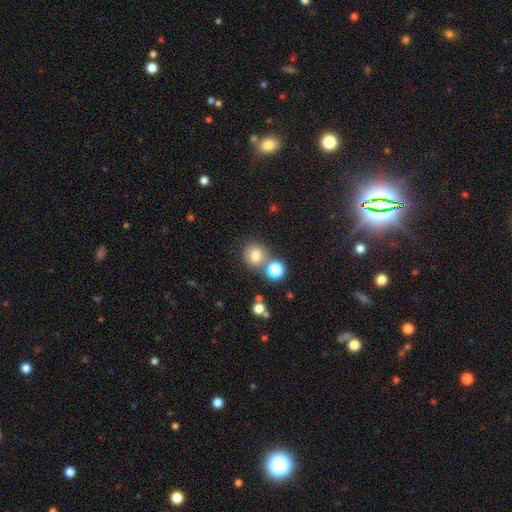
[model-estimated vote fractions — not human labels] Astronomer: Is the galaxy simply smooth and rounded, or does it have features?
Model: smooth — 76%.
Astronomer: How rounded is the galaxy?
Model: round — 85%.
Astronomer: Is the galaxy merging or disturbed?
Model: none — 68%.